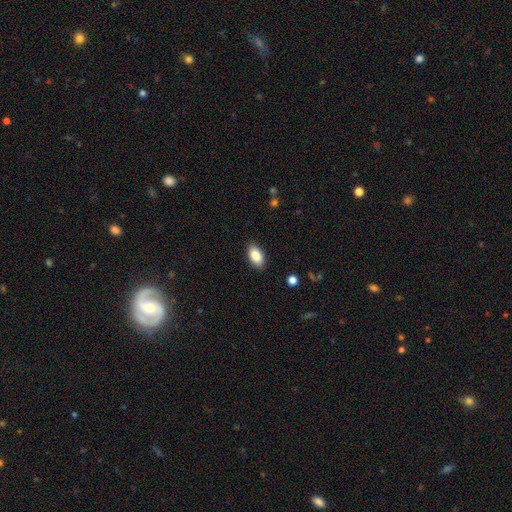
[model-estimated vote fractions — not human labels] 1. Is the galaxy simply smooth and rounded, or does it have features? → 88% smooth, 7% star or artifact, 5% featured or disk.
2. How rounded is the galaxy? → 93% in between, 3% round, 3% cigar-shaped.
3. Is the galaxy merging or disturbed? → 87% none, 9% minor disturbance, 2% major disturbance, 1% merger.